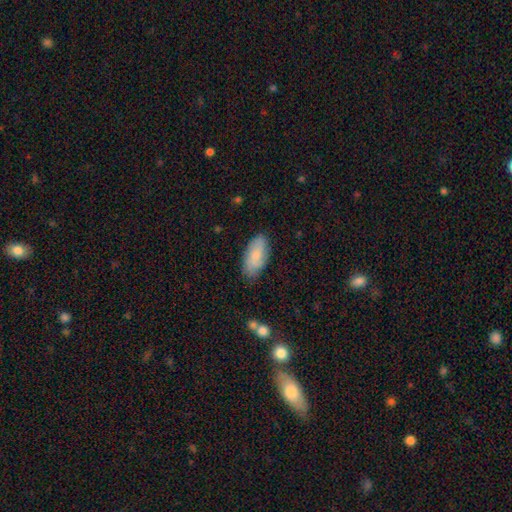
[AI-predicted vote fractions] This is likely a smooth galaxy (66%). How rounded: clearly in between (90%). Merging: likely none (77%).